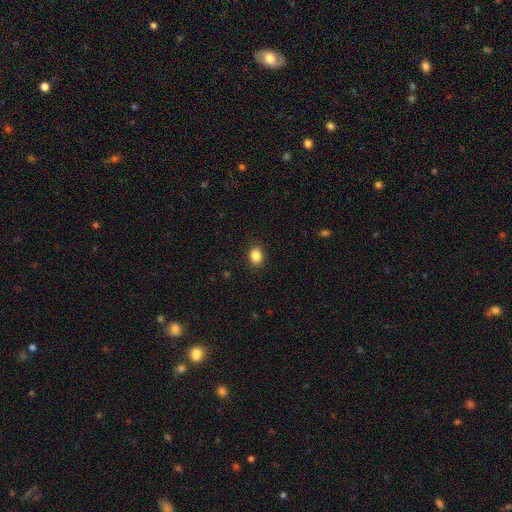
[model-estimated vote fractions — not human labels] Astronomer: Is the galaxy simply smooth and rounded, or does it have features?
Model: smooth — 86%.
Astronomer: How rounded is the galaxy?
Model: in between — 53% (runner-up: round, 46%).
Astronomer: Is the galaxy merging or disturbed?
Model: none — 87%.